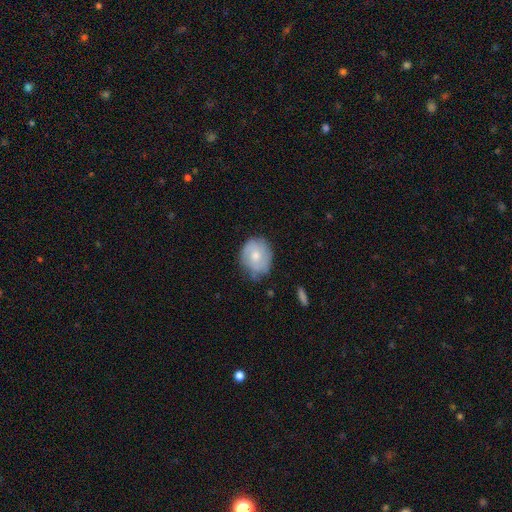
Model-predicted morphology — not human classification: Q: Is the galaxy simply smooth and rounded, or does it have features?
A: smooth — 62%.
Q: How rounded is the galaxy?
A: round — 66%.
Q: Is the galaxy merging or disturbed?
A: none — 61%.